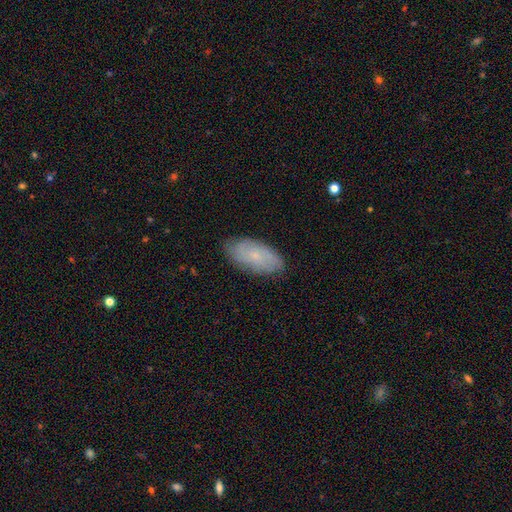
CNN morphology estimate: A smooth galaxy with no disk features (52%) that is in between round and cigar-shaped (91%). Merging: none (82%).